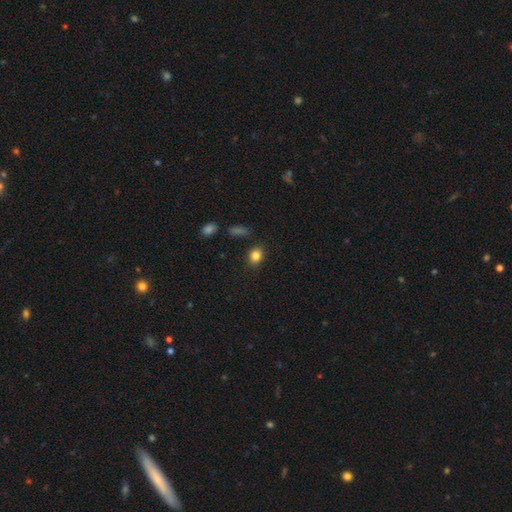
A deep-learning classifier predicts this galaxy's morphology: smooth_or_featured: smooth (p=0.84) [alt: star or artifact p=0.10]
how_rounded: in between (p=0.51) [alt: round p=0.48]
merging: none (p=0.84) [alt: minor disturbance p=0.11]